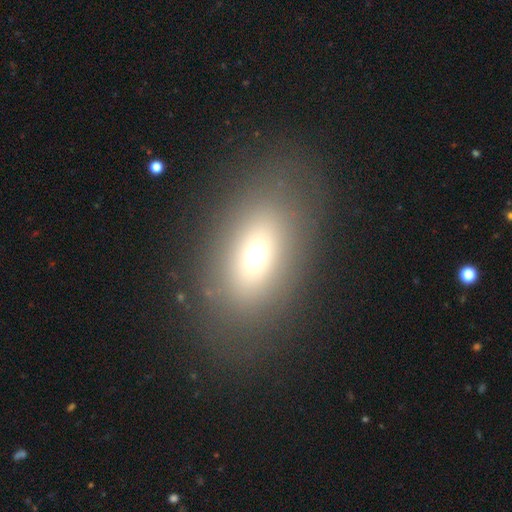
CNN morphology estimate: This is likely a smooth galaxy (66%). How rounded: clearly in between (81%). Merging: likely none (79%).